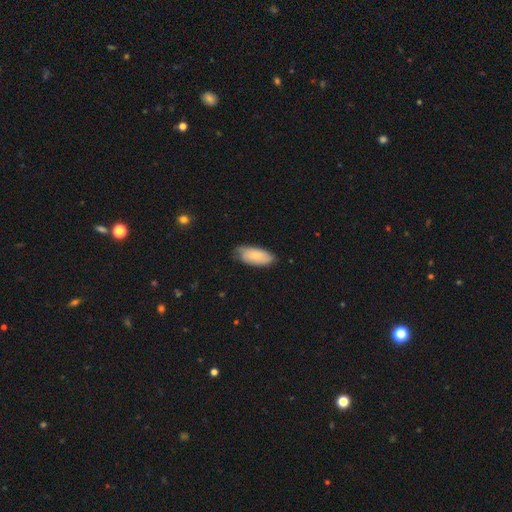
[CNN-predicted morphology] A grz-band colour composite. It shows a smooth galaxy with no disk features (74%) that is in between round and cigar-shaped (89%). Merging: none (66%).